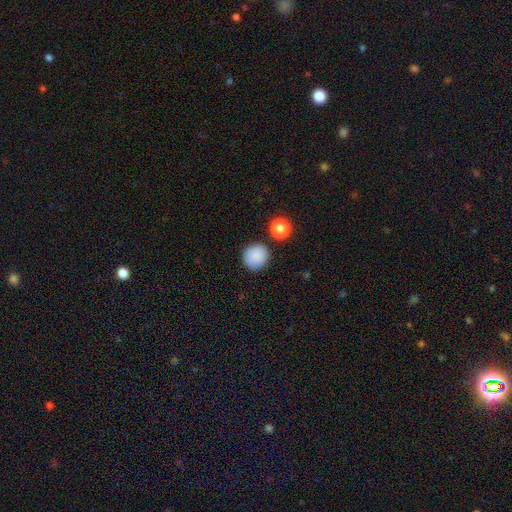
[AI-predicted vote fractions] Morphology: type=smooth (87%); roundness=round (91%); merging=none (85%).